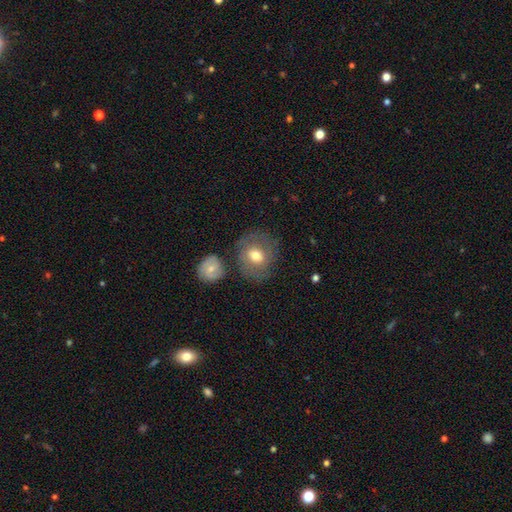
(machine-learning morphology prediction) This appears to be a smooth galaxy with no disk features (63%) that is round (76%). Merging: none (69%).